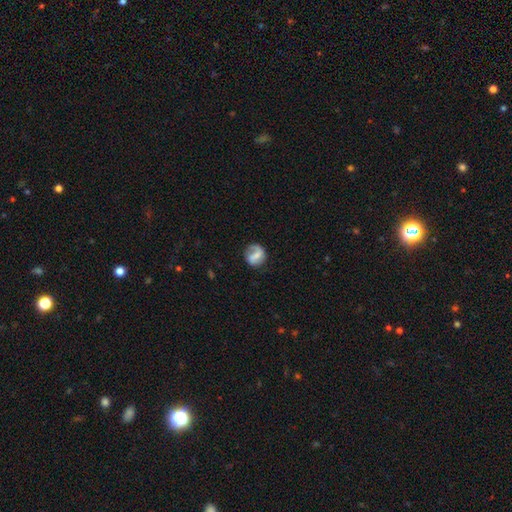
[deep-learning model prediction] Overall: featured or disk (47%; smooth 46%). Merging: none (64%).